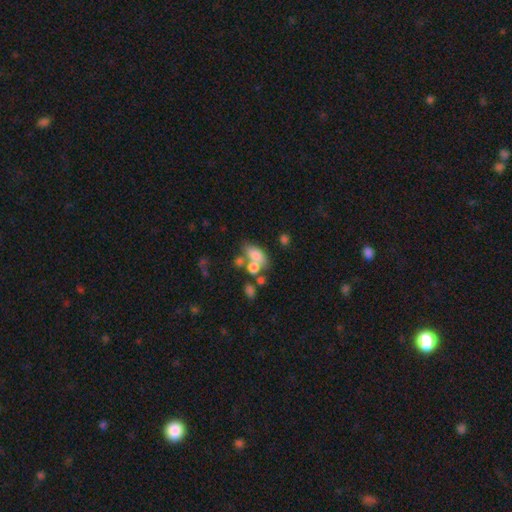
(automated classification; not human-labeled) A smooth galaxy with no disk features (71%) that is in between round and cigar-shaped (83%).

Vote fractions:
- Smooth or featured? smooth: 71% / featured or disk: 18% / star or artifact: 11%
- How rounded? in between: 83% / round: 13% / cigar-shaped: 4%
- Merging? merger: 44% / none: 34% / minor disturbance: 13% / major disturbance: 9%